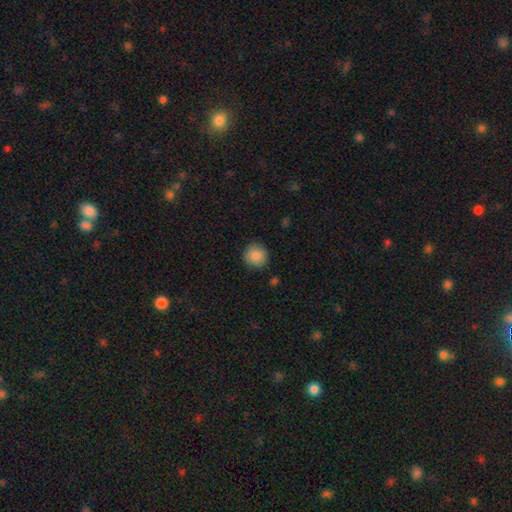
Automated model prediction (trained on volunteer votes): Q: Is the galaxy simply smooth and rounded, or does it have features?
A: smooth — 88%.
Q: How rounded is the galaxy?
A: round — 93%.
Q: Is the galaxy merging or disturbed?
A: none — 88%.